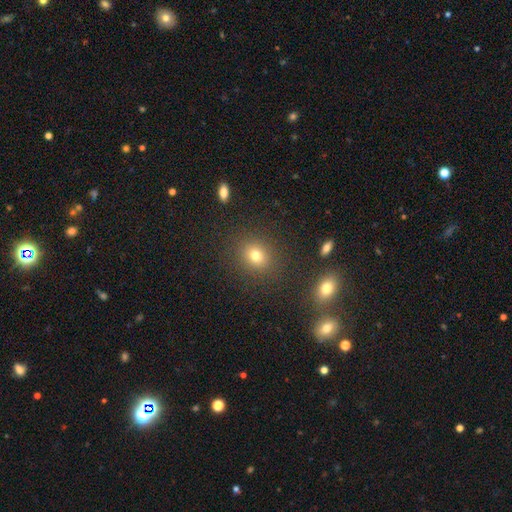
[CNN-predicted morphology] Smooth or featured: smooth — 77% (star or artifact — 15%)
How rounded: round — 70% (in between — 29%)
Merging: none — 86% (minor disturbance — 8%)